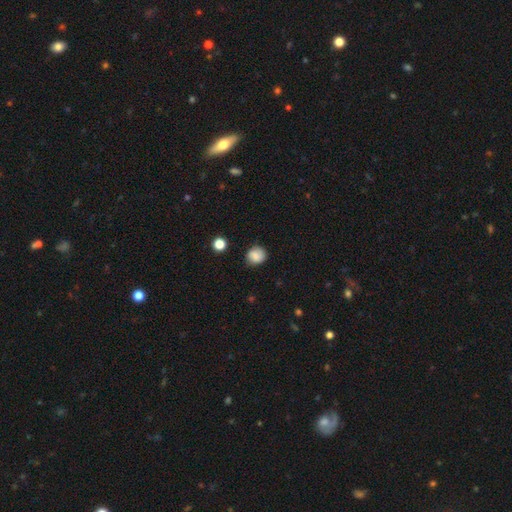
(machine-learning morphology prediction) A smooth galaxy with no disk features (82%) that is round (80%).

Vote fractions:
- Smooth or featured? smooth: 82% / star or artifact: 9% / featured or disk: 8%
- How rounded? round: 80% / in between: 19% / cigar-shaped: 1%
- Merging? none: 78% / minor disturbance: 16% / major disturbance: 4% / merger: 2%